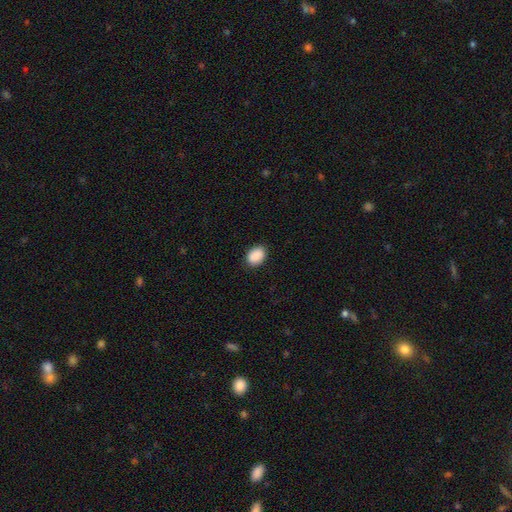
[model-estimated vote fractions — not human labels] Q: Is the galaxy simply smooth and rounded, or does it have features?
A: smooth — 90%.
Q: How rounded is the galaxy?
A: in between — 73%.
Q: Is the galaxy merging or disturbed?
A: none — 87%.